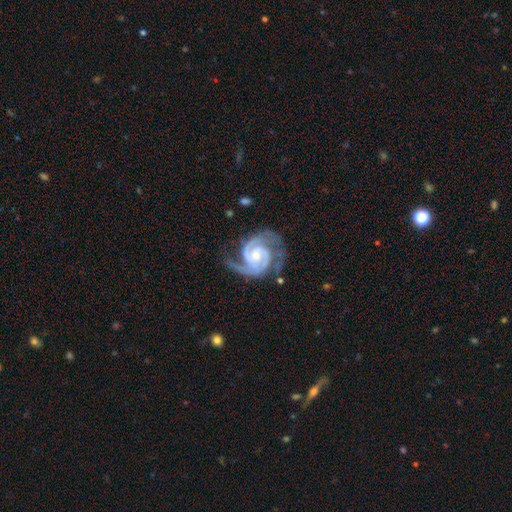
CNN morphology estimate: A featured or disk galaxy (93%) with no bar (58%), 2 (75%) tight (51%) spiral arms (99%) and a small central bulge (55%).

Vote fractions:
- Smooth or featured? featured or disk: 93% / star or artifact: 4% / smooth: 3%
- Edge-on disk? no: 98% / yes: 2%
- Bar? no: 58% / weak: 33% / strong: 9%
- Spiral arms? yes: 99% / no: 1%
- Spiral winding? tight: 51% / medium: 43% / loose: 6%
- Spiral arm count? 2: 75% / 3: 16% / can't tell: 3% / 1: 2% / 4: 2% / more than 4: 2%
- Bulge size? small: 55% / moderate: 36% / none: 6% / large: 3% / dominant: 1%
- Merging? none: 66% / minor disturbance: 21% / major disturbance: 11% / merger: 2%